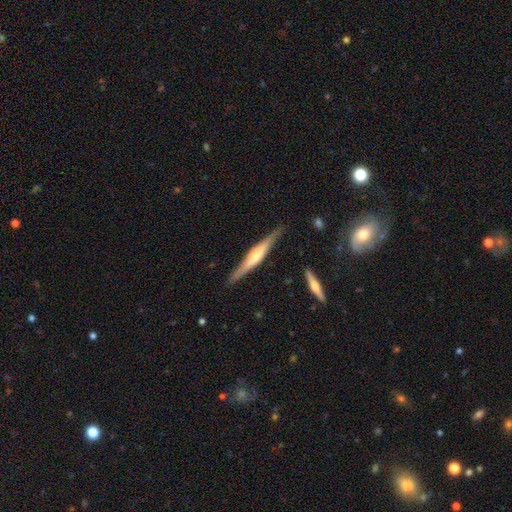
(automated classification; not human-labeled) Morphology: type=featured or disk (65%); edge-on=yes (96%); edge-on bulge=rounded (62%); merging=none (85%).